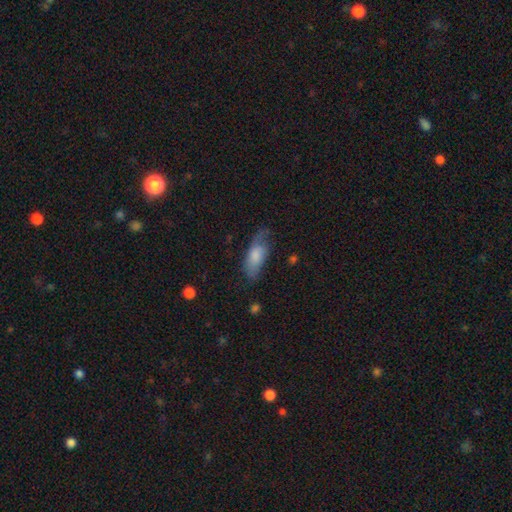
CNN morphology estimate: This appears to be a smooth galaxy with no disk features (72%) that is in between round and cigar-shaped (80%). Merging: none (48%).